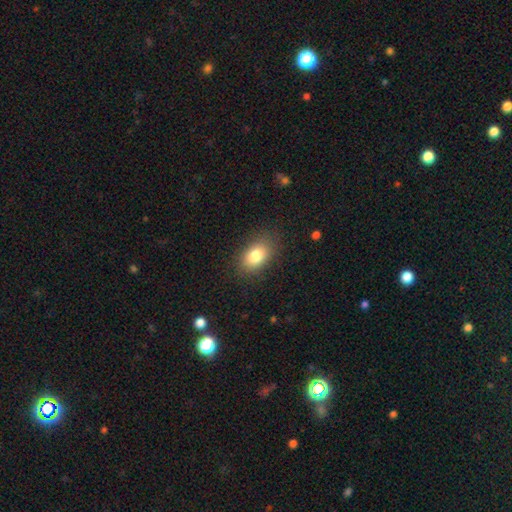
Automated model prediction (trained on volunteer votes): A smooth galaxy with no disk features (82%) that is in between round and cigar-shaped (85%).

Vote fractions:
- Smooth or featured? smooth: 82% / featured or disk: 9% / star or artifact: 9%
- How rounded? in between: 85% / round: 14% / cigar-shaped: 1%
- Merging? none: 84% / minor disturbance: 11% / major disturbance: 4% / merger: 1%